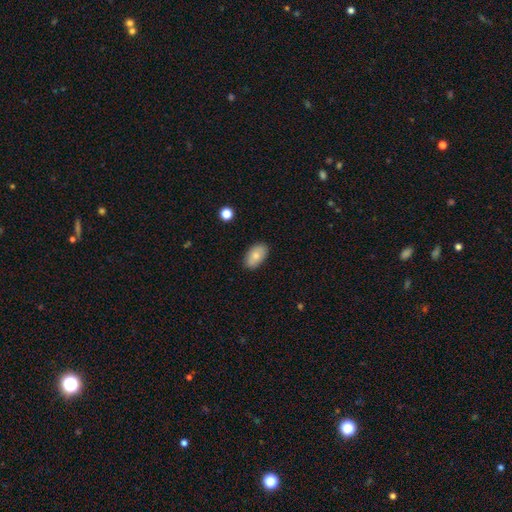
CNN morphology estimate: This appears to be a smooth galaxy with no disk features (81%) that is in between round and cigar-shaped (93%). Merging: none (85%).